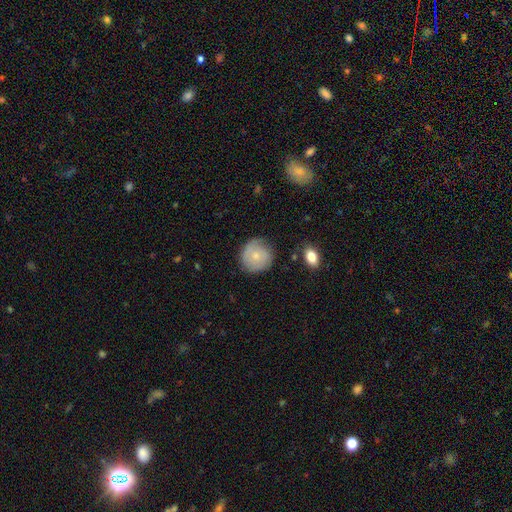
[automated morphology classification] smooth 60%, featured or disk 33%, star or artifact 7%. Down the decision tree: how rounded — round (91%); merging — none (73%).